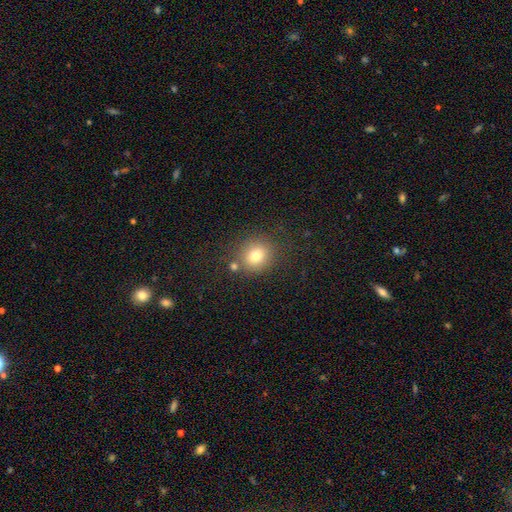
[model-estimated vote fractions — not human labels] Smooth or featured: smooth — 78% (star or artifact — 13%)
How rounded: round — 78% (in between — 21%)
Merging: none — 74% (minor disturbance — 11%)